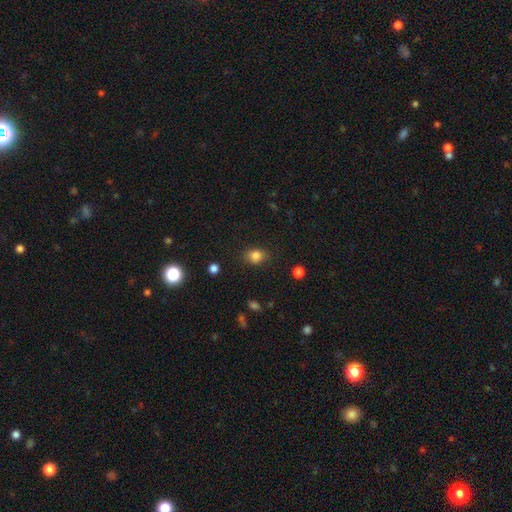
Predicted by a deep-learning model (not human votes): smooth 82%, star or artifact 12%, featured or disk 6%. Down the decision tree: how rounded — round (50%); merging — none (81%).